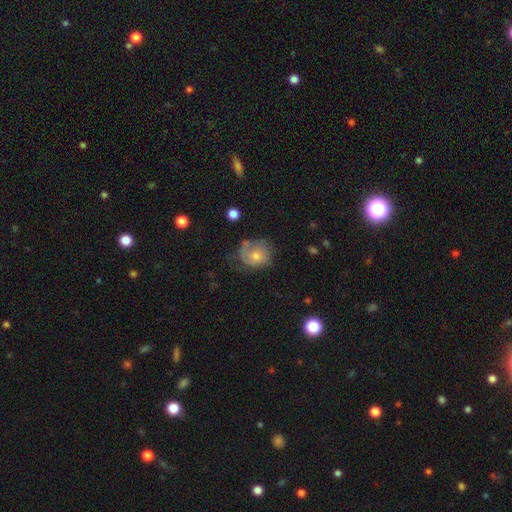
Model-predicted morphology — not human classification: A smooth galaxy with no disk features (59%) that is round (68%). Merging: none (43%).